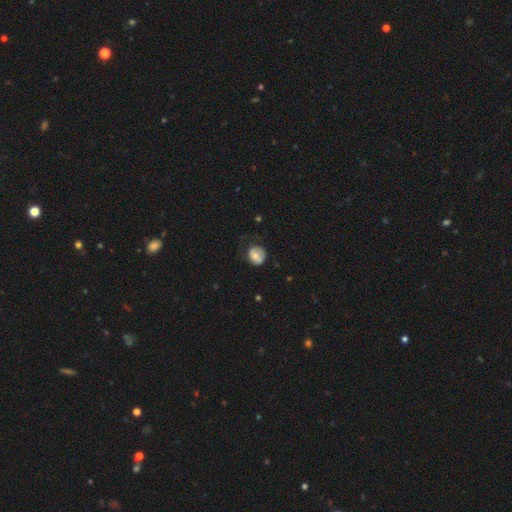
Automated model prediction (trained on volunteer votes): Morphology: type=smooth (65%); roundness=round (74%); merging=none (54%).